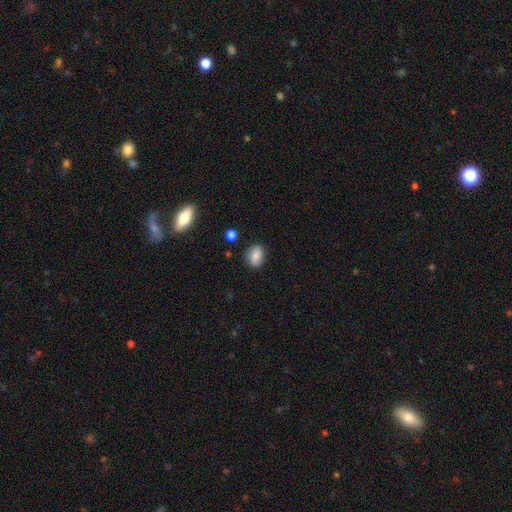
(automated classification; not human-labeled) A smooth galaxy with no disk features (83%) that is in between round and cigar-shaped (66%). Merging: none (82%).